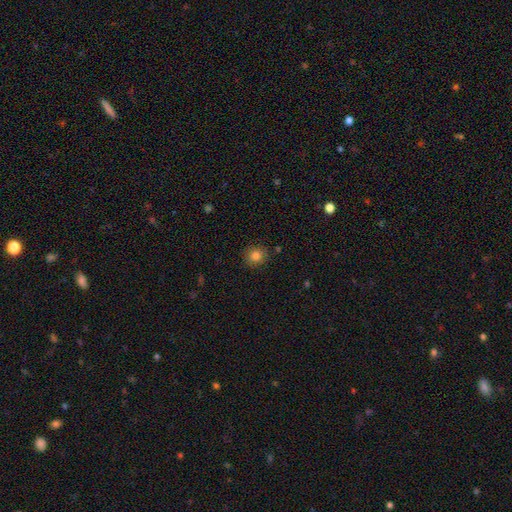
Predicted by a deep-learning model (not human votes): A smooth galaxy with no disk features (82%) that is round (87%). Merging: none (87%).